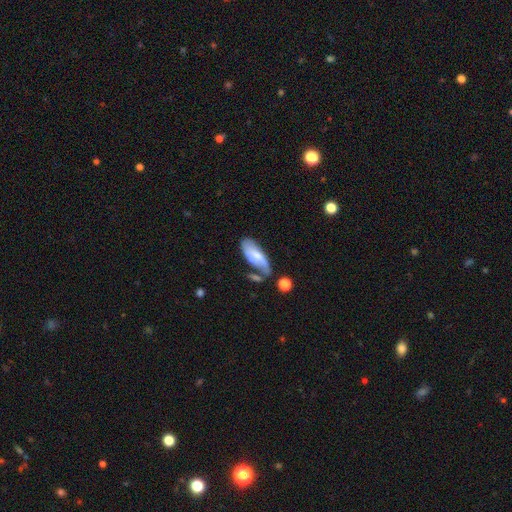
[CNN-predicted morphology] Smooth or featured? Predicted: smooth (p=0.52). How rounded? Predicted: in between (p=0.75). Merging? Predicted: none (p=0.36).